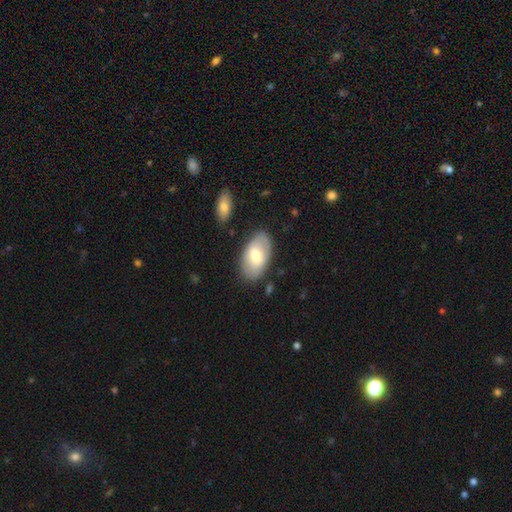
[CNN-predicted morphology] Smooth or featured? Predicted: smooth (p=0.64). How rounded? Predicted: in between (p=0.94). Merging? Predicted: none (p=0.80).